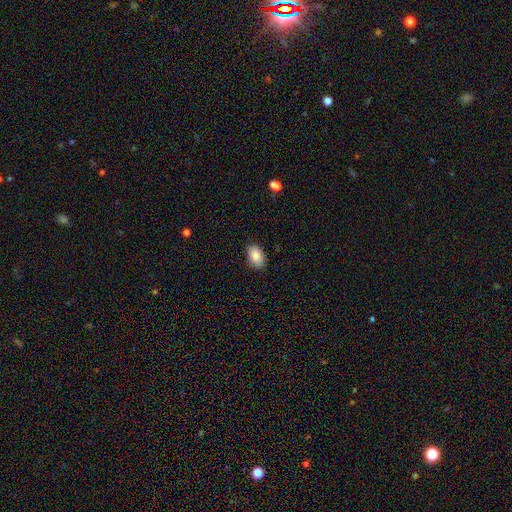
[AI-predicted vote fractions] A smooth galaxy with no disk features (88%) that is in between round and cigar-shaped (91%).

Vote fractions:
- Smooth or featured? smooth: 88% / star or artifact: 7% / featured or disk: 6%
- How rounded? in between: 91% / round: 7% / cigar-shaped: 1%
- Merging? none: 87% / minor disturbance: 10% / major disturbance: 2% / merger: 1%